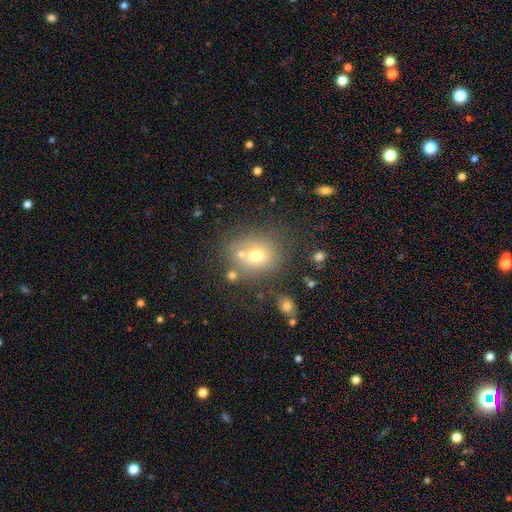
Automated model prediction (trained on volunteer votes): Overall: smooth (67%). How rounded: round (67%; in between 32%). Merging: none (58%; merger 22%).